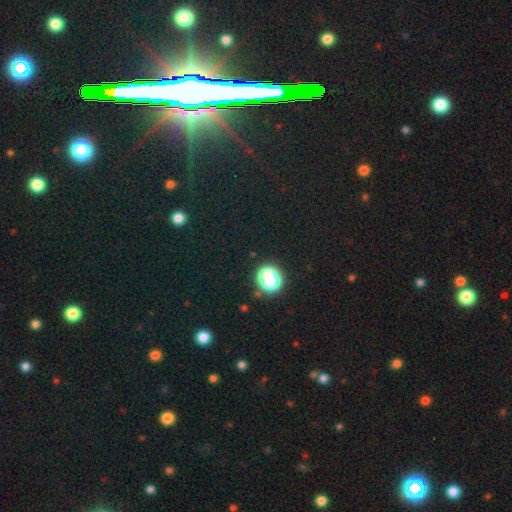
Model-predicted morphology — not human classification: Smooth or featured? star or artifact (75%)